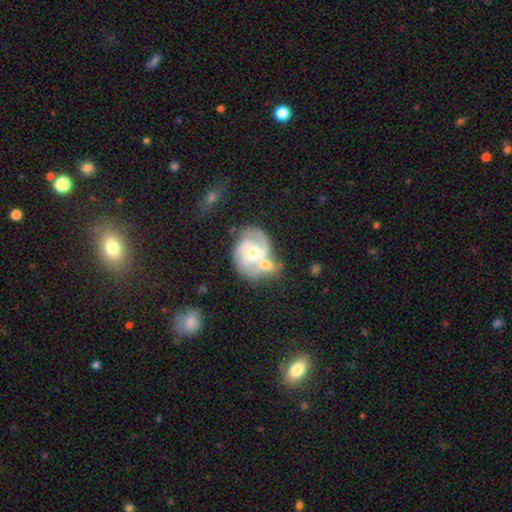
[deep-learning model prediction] Overall: featured or disk (80%). Edge-on disk: no (98%). Bar: no (54%; weak 37%). Spiral arms: yes (93%). Spiral arm count: 2 (68%). Spiral winding: medium (47%; tight 39%). Bulge size: moderate (51%; small 42%). Merging: none (40%; merger 34%).